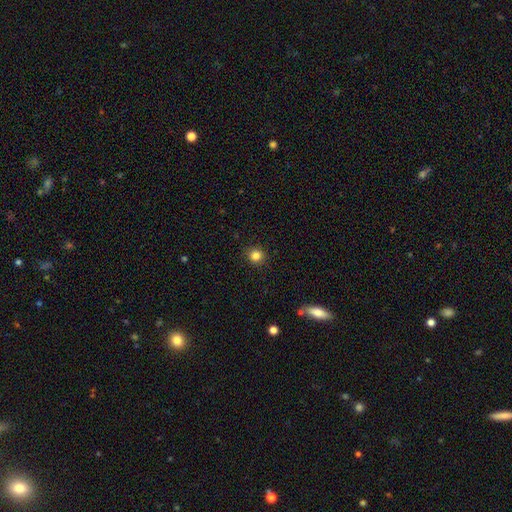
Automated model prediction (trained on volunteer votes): smooth-or-featured: smooth: 84% | star or artifact: 12% | featured or disk: 5%
  how-rounded: round: 91% | in between: 8% | cigar-shaped: 1%
  merging: none: 90% | minor disturbance: 7% | major disturbance: 2% | merger: 1%